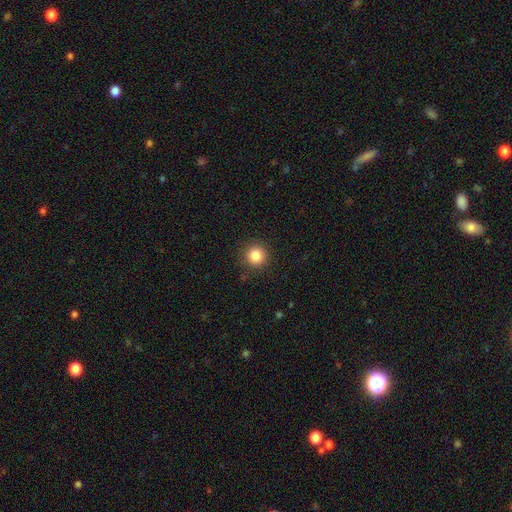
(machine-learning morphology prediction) Smooth or featured? smooth (84%)
How rounded? round (94%)
Merging? none (90%)